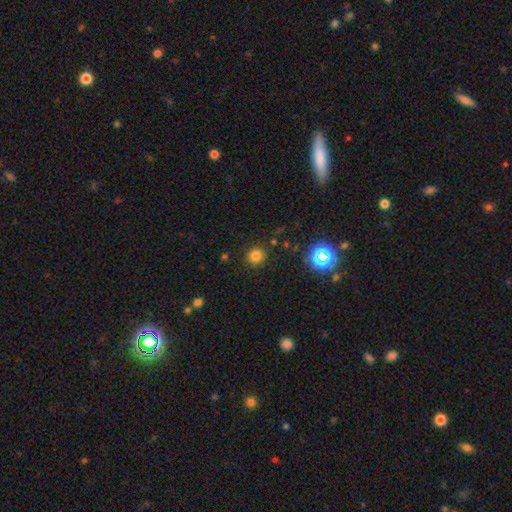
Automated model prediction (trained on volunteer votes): This is likely a smooth galaxy (76%). How rounded: clearly round (89%). Merging: clearly none (86%).